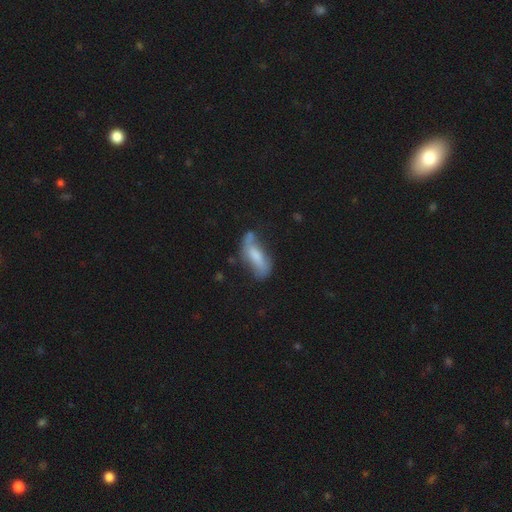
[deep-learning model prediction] Smooth or featured? smooth (55%)
How rounded? in between (62%)
Merging? none (48%)